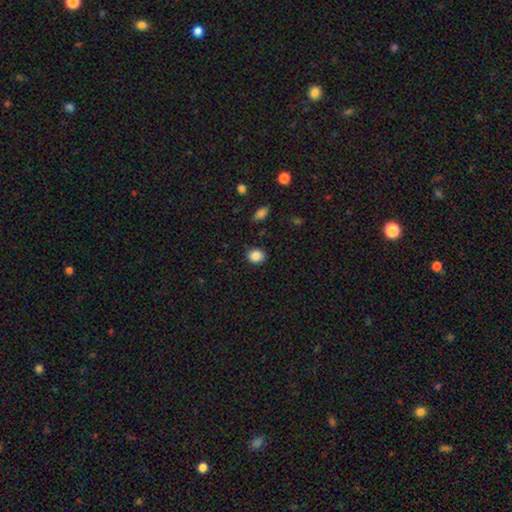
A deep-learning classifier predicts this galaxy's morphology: A smooth galaxy with no disk features (87%) that is round (64%).

Vote fractions:
- Smooth or featured? smooth: 87% / star or artifact: 9% / featured or disk: 4%
- How rounded? round: 64% / in between: 35% / cigar-shaped: 1%
- Merging? none: 88% / minor disturbance: 8% / major disturbance: 2% / merger: 2%